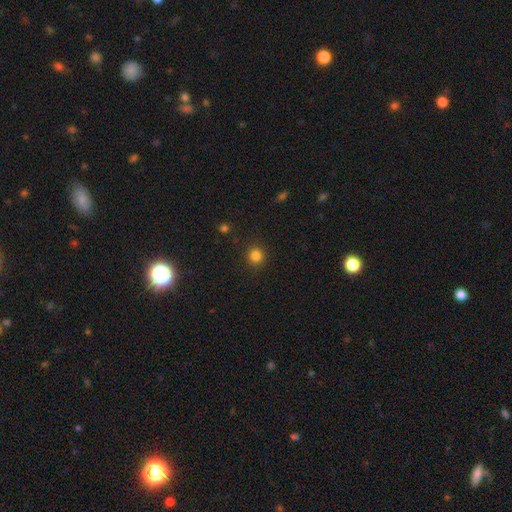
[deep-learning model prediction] smooth-or-featured: smooth: 83% | star or artifact: 13% | featured or disk: 4%
  how-rounded: round: 90% | in between: 10% | cigar-shaped: 1%
  merging: none: 91% | minor disturbance: 6% | major disturbance: 2% | merger: 1%